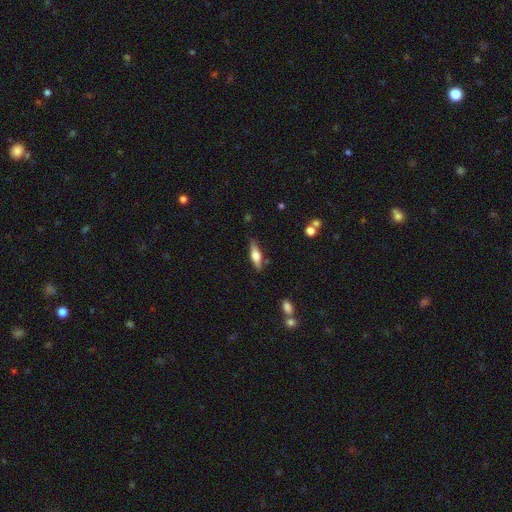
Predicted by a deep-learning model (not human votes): A smooth galaxy with no disk features (47%, tied with featured or disk). Merging: none (83%).